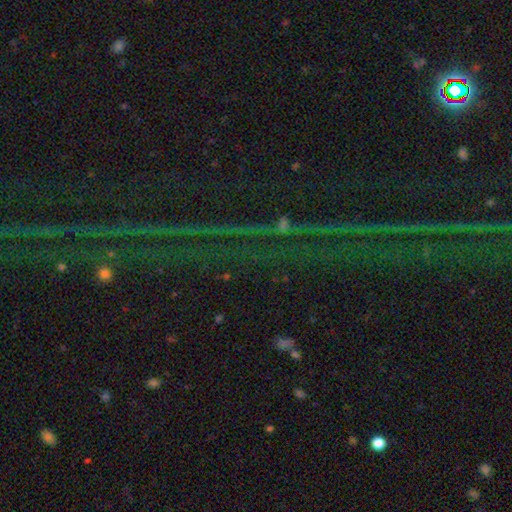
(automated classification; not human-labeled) Overall: star or artifact (83%).